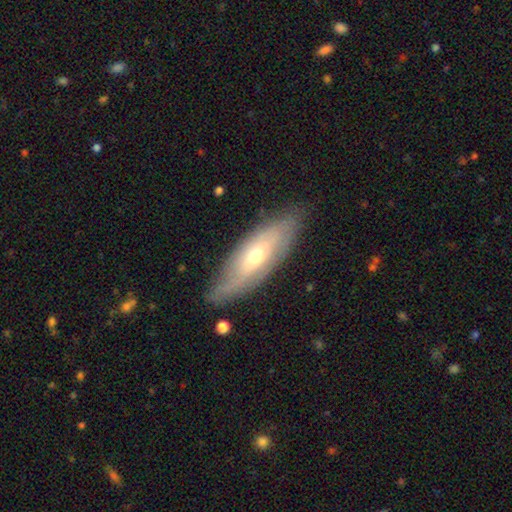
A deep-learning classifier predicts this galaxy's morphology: type=featured or disk (58%); edge-on=no (70%); merging=none (75%).